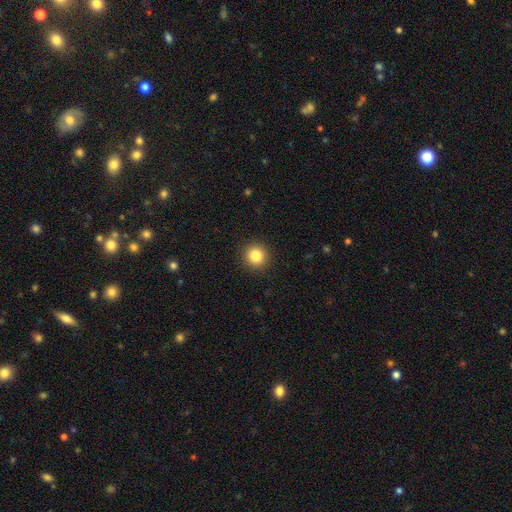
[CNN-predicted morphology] A smooth galaxy with no disk features (84%) that is round (94%).

Vote fractions:
- Smooth or featured? smooth: 84% / star or artifact: 11% / featured or disk: 5%
- How rounded? round: 94% / in between: 5% / cigar-shaped: 1%
- Merging? none: 92% / minor disturbance: 5% / major disturbance: 2% / merger: 1%